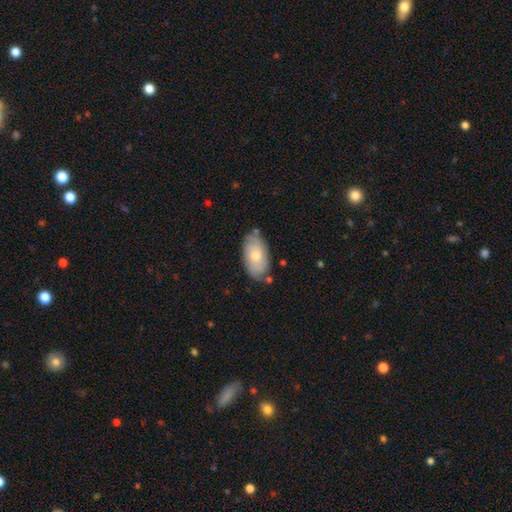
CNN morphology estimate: smooth_or_featured: smooth (p=0.55) [alt: featured or disk p=0.39]
how_rounded: in between (p=0.93) [alt: round p=0.04]
merging: none (p=0.73) [alt: minor disturbance p=0.19]